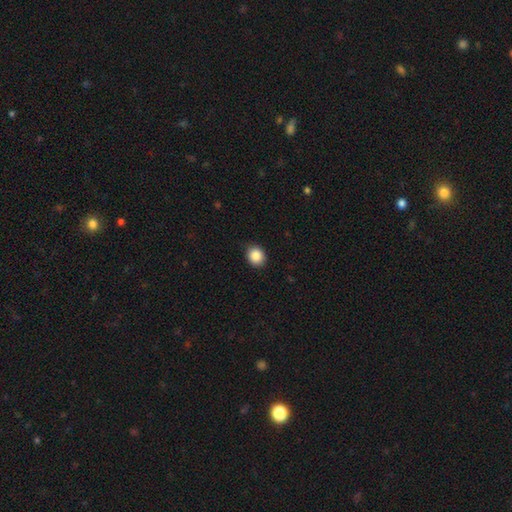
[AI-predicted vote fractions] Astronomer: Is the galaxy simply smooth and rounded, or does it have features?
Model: smooth — 87%.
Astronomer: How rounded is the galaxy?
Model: round — 67%.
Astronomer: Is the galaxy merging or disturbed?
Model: none — 86%.